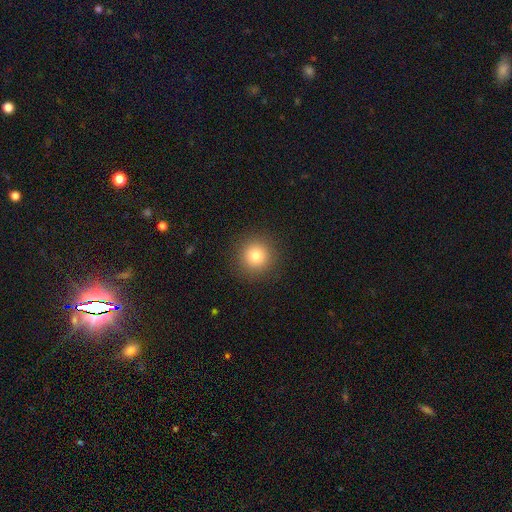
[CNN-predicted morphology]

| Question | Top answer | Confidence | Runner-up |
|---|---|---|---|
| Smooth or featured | smooth | 80% | star or artifact (12%) |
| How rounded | round | 95% | in between (5%) |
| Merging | none | 91% | minor disturbance (5%) |